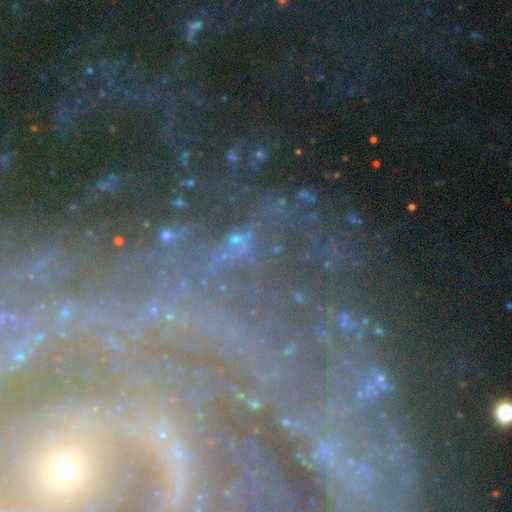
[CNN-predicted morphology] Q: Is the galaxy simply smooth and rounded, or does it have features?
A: featured or disk — 47%.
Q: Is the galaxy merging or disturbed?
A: none — 70%.